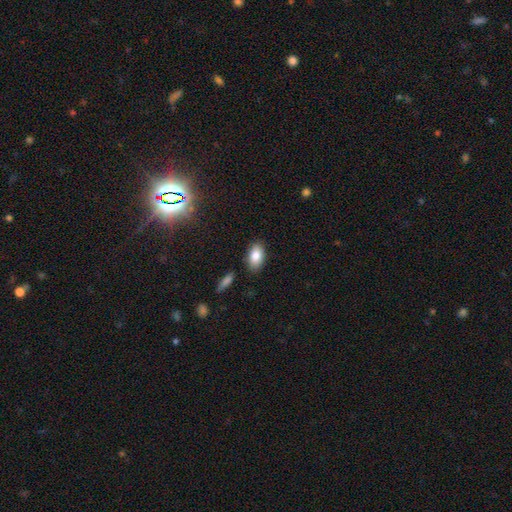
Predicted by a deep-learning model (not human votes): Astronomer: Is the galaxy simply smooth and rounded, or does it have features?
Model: smooth — 83%.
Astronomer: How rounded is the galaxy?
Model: in between — 92%.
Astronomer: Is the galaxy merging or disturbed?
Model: none — 85%.